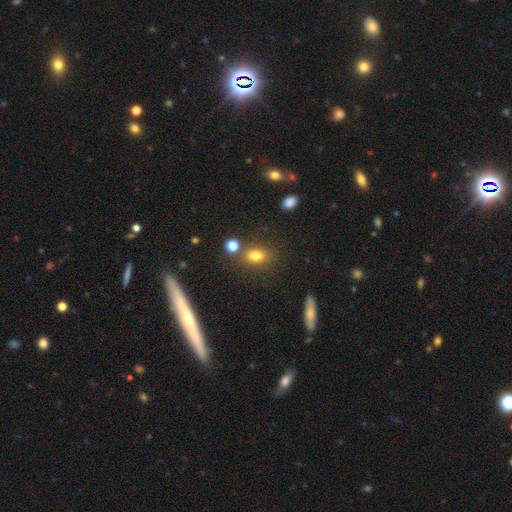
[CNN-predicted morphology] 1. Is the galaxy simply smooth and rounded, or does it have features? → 77% smooth, 14% star or artifact, 10% featured or disk.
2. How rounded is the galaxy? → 73% in between, 24% round, 3% cigar-shaped.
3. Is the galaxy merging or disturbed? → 72% none, 13% minor disturbance, 10% merger, 5% major disturbance.